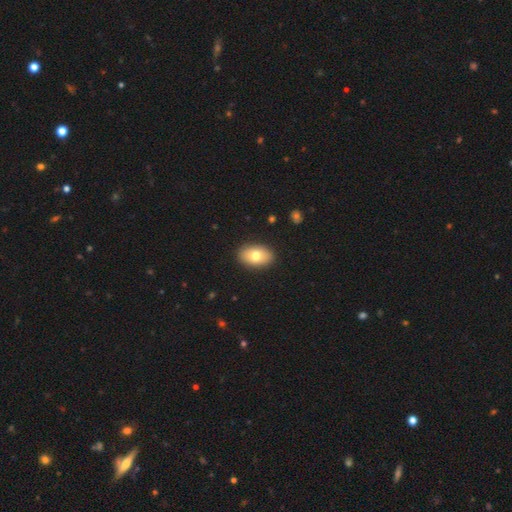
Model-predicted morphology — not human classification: smooth-or-featured: smooth: 75% | featured or disk: 18% | star or artifact: 7%
  how-rounded: in between: 88% | round: 10% | cigar-shaped: 1%
  merging: none: 89% | minor disturbance: 8% | major disturbance: 2% | merger: 1%